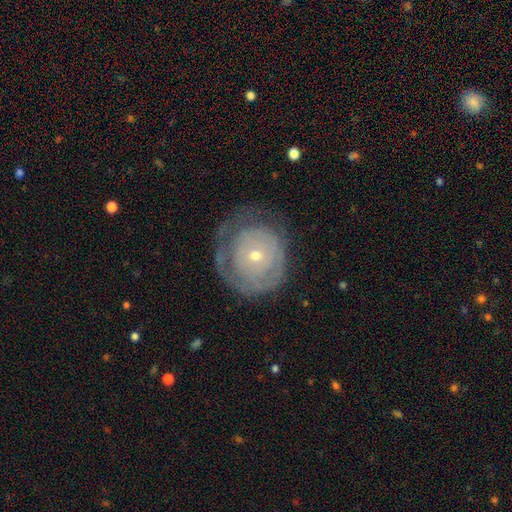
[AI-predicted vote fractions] smooth_or_featured: featured or disk (p=0.65) [alt: smooth p=0.28]
disk_edge_on: no (p=0.96) [alt: yes p=0.04]
bar: no (p=0.84) [alt: weak p=0.13]
has_spiral_arms: yes (p=0.63) [alt: no p=0.37]
bulge_size: small (p=0.62) [alt: moderate p=0.35]
merging: none (p=0.56) [alt: minor disturbance p=0.23]